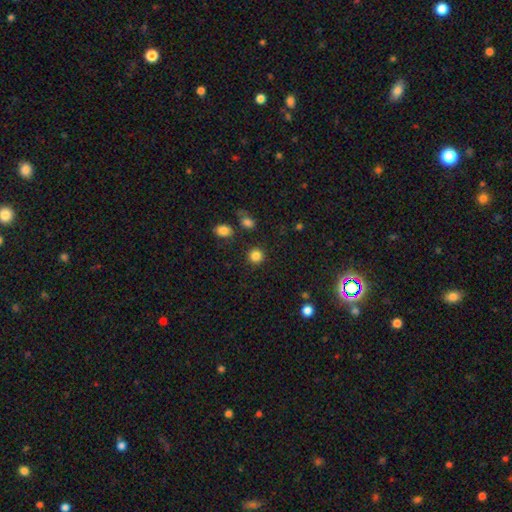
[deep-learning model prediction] Smooth or featured? smooth (84%)
How rounded? round (92%)
Merging? none (88%)